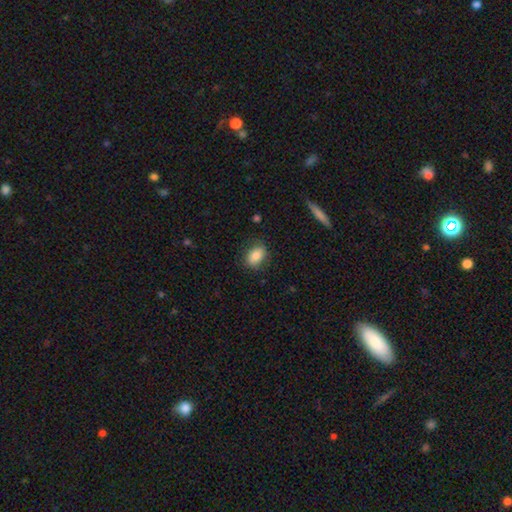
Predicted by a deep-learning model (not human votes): Smooth or featured? smooth (83%)
How rounded? in between (79%)
Merging? none (79%)